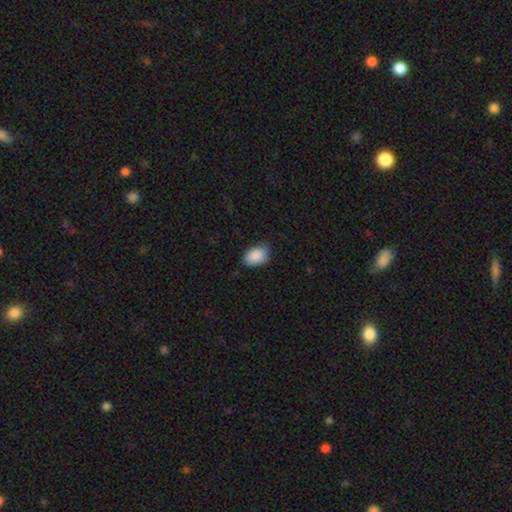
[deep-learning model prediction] Smooth or featured? Predicted: smooth (p=0.89). How rounded? Predicted: in between (p=0.88). Merging? Predicted: none (p=0.72).